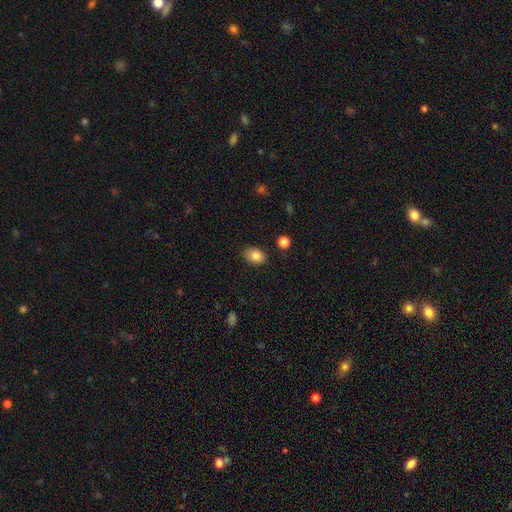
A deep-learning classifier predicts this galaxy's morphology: Overall: smooth (84%). How rounded: in between (76%). Merging: none (85%).